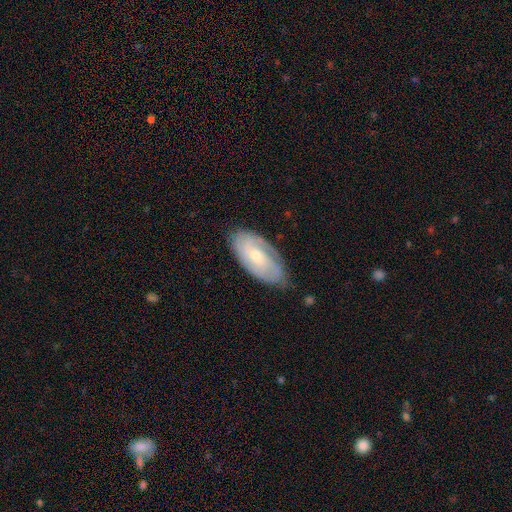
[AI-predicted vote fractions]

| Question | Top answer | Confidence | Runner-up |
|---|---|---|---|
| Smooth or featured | featured or disk | 74% | smooth (20%) |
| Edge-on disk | no | 93% | yes (7%) |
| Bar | no | 66% | weak (28%) |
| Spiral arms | yes | 92% | no (8%) |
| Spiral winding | tight | 63% | medium (29%) |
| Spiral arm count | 2 | 36% | can't tell (34%) |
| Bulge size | small | 60% | moderate (37%) |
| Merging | none | 76% | minor disturbance (19%) |